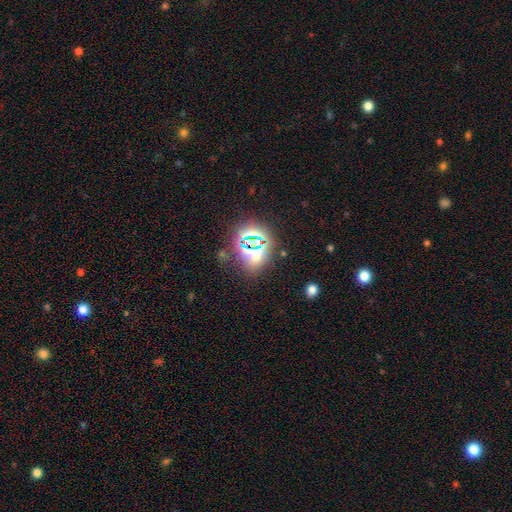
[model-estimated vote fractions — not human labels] Smooth or featured? Predicted: star or artifact (p=0.65).